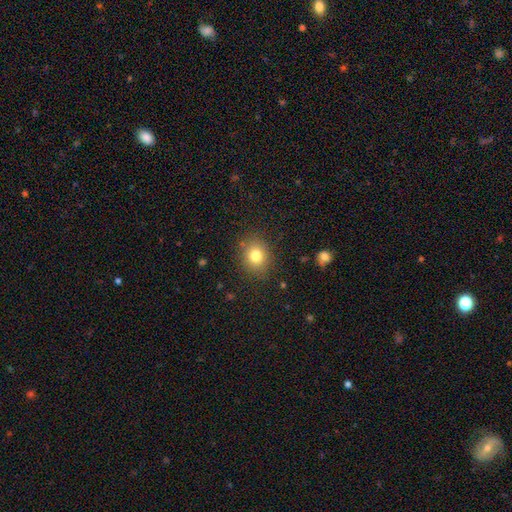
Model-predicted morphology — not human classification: Smooth or featured?
  - smooth: 79% *
  - star or artifact: 12%
  - featured or disk: 9%
How rounded?
  - round: 68% *
  - in between: 31%
  - cigar-shaped: 1%
Merging?
  - none: 86% *
  - minor disturbance: 9%
  - major disturbance: 3%
  - merger: 2%